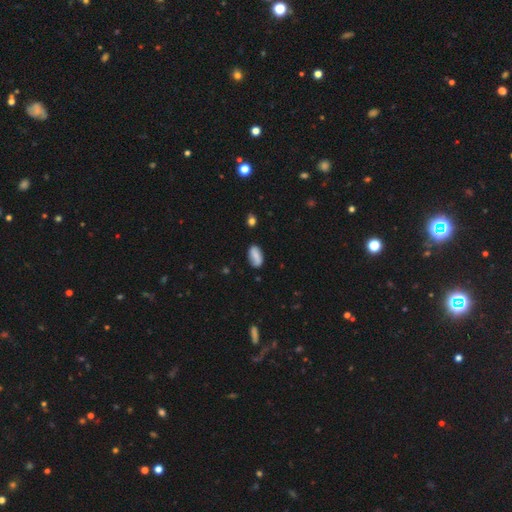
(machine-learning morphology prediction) Q: Smooth or featured?
A: smooth (76%); runner-up: featured or disk (16%)
Q: How rounded?
A: in between (91%); runner-up: cigar-shaped (5%)
Q: Merging?
A: none (78%); runner-up: minor disturbance (17%)